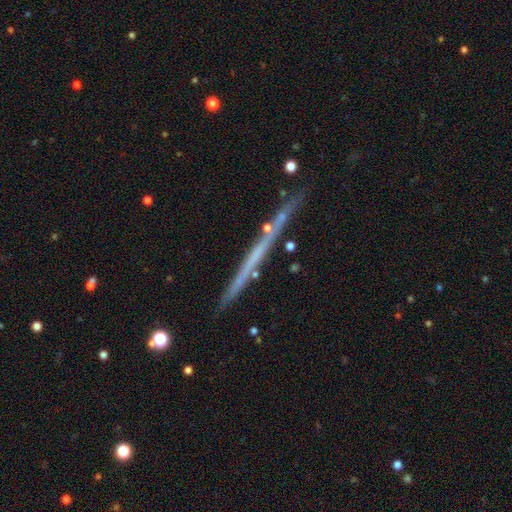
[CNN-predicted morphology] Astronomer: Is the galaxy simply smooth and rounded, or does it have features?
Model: featured or disk — 62%.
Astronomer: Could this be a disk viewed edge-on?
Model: yes — 96%.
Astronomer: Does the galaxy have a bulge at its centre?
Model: none — 89%.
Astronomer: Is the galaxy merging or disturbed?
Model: none — 85%.